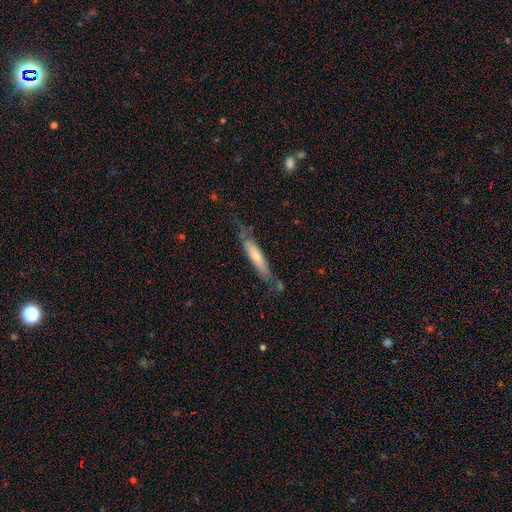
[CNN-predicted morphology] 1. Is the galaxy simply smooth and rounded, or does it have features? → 49% smooth, 45% featured or disk, 6% star or artifact.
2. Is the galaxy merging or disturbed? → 62% none, 26% minor disturbance, 8% major disturbance, 4% merger.